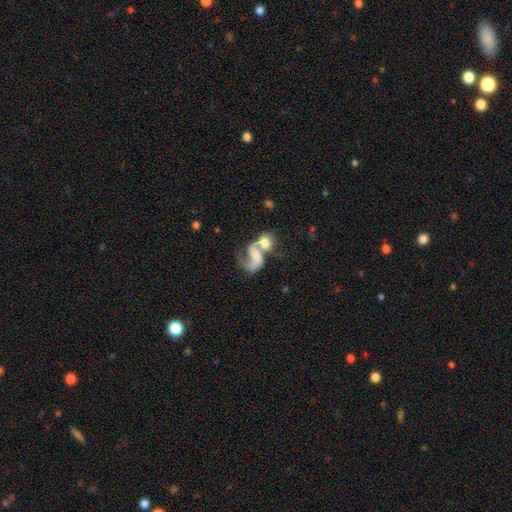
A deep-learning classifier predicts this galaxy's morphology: Overall: featured or disk (61%; smooth 30%). Edge-on disk: no (97%). Bar: no (56%; weak 29%). Spiral arms: yes (79%). Bulge size: none (36%; moderate 22%). Merging: merger (66%).